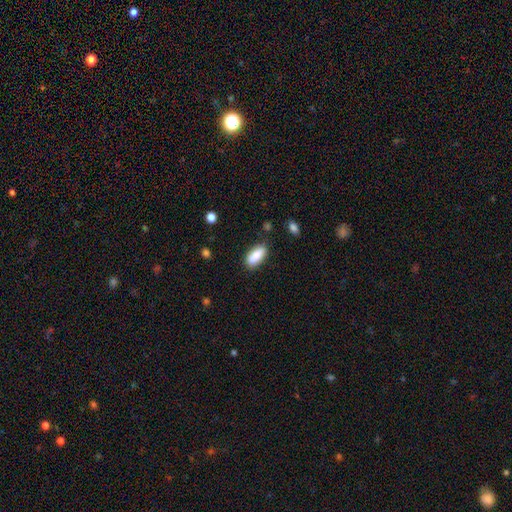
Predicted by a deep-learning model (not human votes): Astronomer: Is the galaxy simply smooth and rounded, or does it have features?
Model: smooth — 87%.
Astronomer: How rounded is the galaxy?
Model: in between — 78%.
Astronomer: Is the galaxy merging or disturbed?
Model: none — 83%.